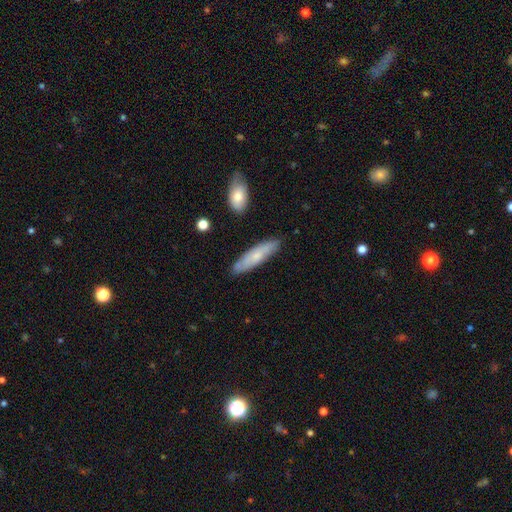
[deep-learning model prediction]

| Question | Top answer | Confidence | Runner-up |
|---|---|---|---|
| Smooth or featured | smooth | 64% | featured or disk (30%) |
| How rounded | cigar-shaped | 68% | in between (30%) |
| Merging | none | 83% | minor disturbance (12%) |